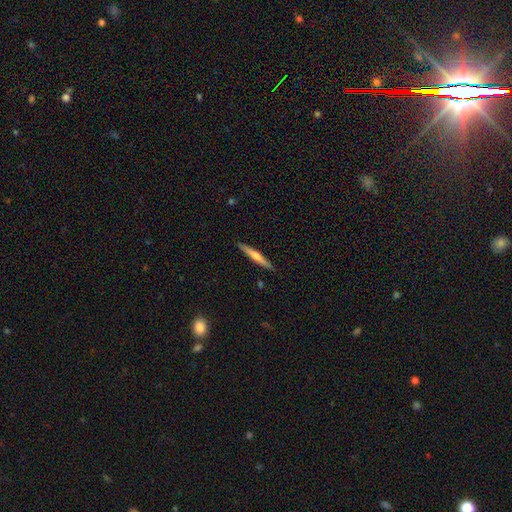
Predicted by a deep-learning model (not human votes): The model was most divided on "smooth or featured": featured or disk: 50%, smooth: 44%, star or artifact: 6%. More confident: edge-on disk — yes (97%); merging — none (91%).